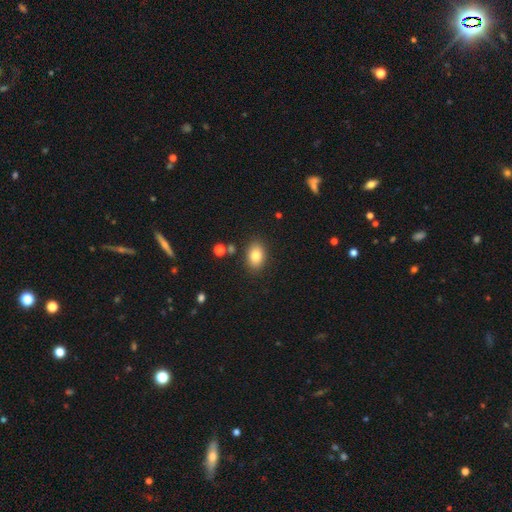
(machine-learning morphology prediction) A smooth galaxy with no disk features (82%) that is in between round and cigar-shaped (79%).

Vote fractions:
- Smooth or featured? smooth: 82% / star or artifact: 9% / featured or disk: 9%
- How rounded? in between: 79% / round: 20% / cigar-shaped: 1%
- Merging? none: 85% / minor disturbance: 10% / merger: 3% / major disturbance: 3%